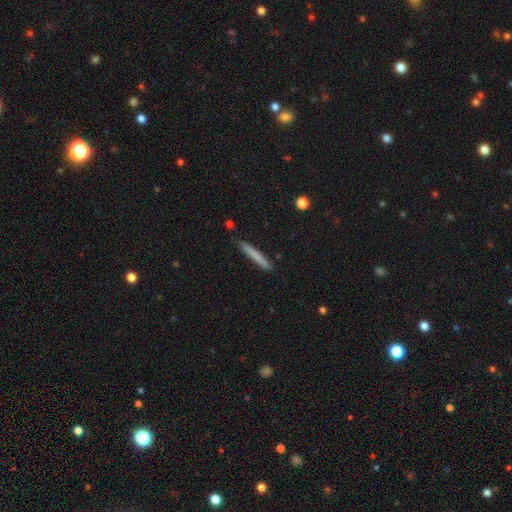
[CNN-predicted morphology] This appears to be a smooth galaxy with no disk features (73%) that is cigar-shaped (96%). Merging: none (90%).